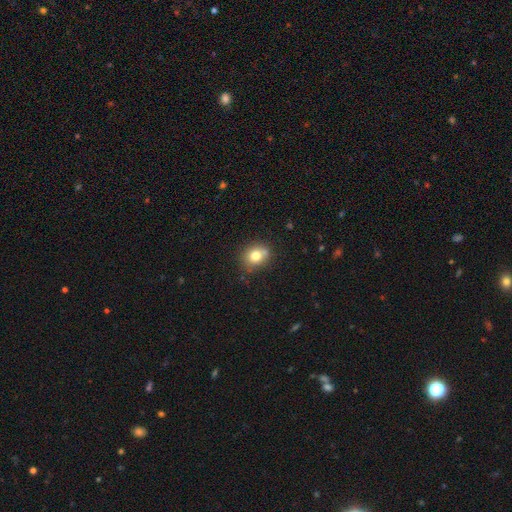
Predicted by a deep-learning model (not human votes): Smooth or featured: smooth — 77% (featured or disk — 12%)
How rounded: round — 64% (in between — 35%)
Merging: none — 71% (minor disturbance — 17%)